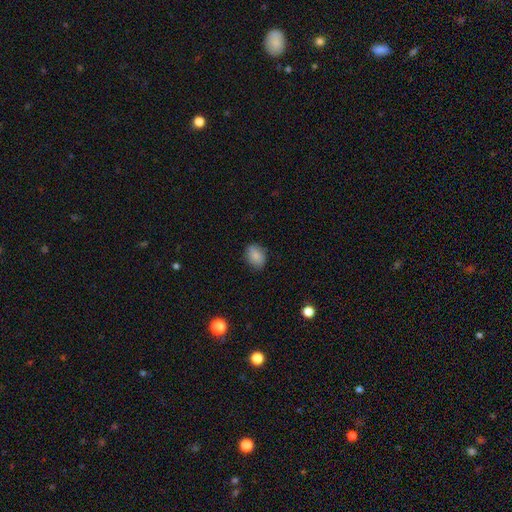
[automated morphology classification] This is clearly a smooth galaxy (83%). How rounded: likely in between (64%). Merging: clearly none (85%).